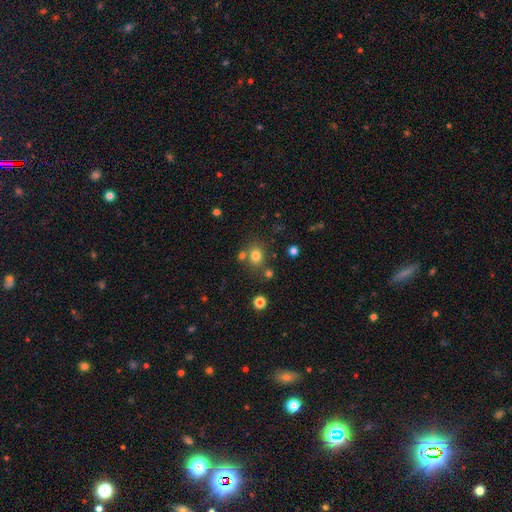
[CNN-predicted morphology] Smooth or featured: smooth — 78% (star or artifact — 15%)
How rounded: round — 74% (in between — 25%)
Merging: none — 73% (merger — 14%)